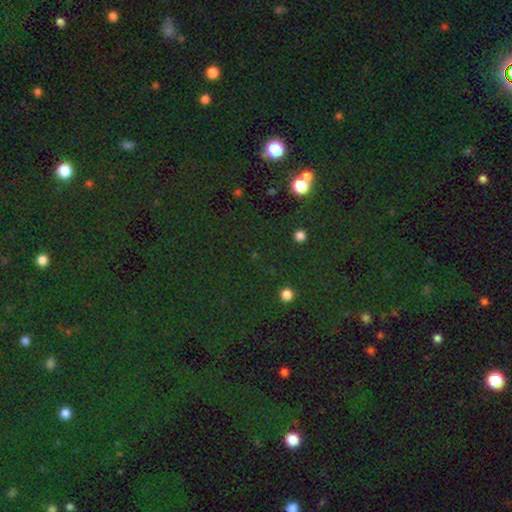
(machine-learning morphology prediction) Smooth or featured: star or artifact — 80% (smooth — 13%)